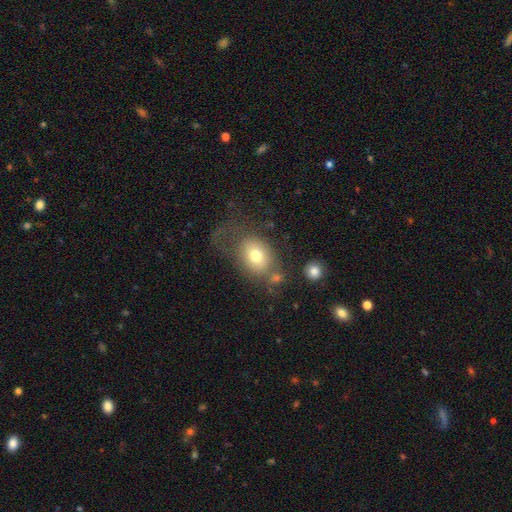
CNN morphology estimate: type=smooth (72%); roundness=in between (58%); merging=none (45%).